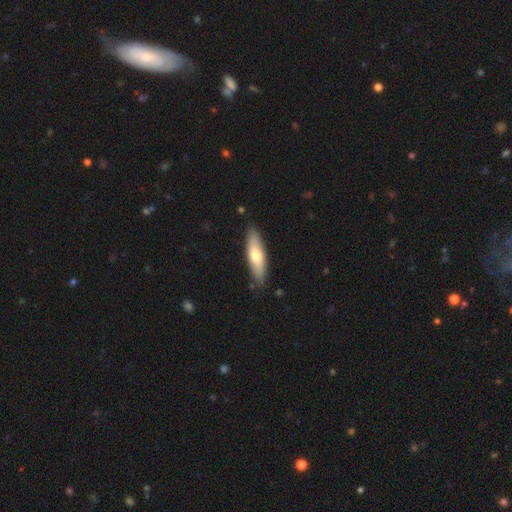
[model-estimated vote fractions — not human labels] Morphology: type=smooth (66%); roundness=cigar-shaped (56%); merging=none (86%).